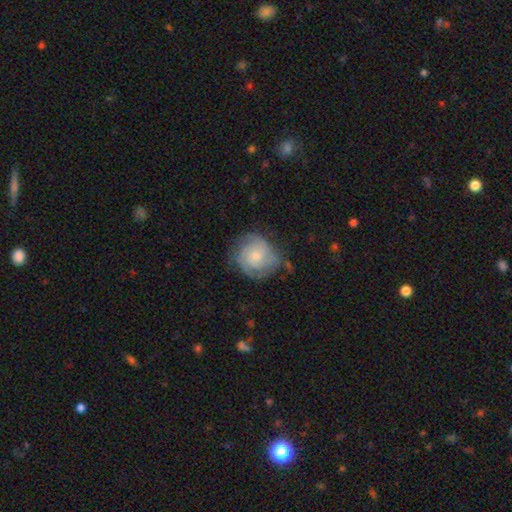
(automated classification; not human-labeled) Smooth or featured? Predicted: featured or disk (p=0.76). Edge-on disk? Predicted: no (p=0.98). Bar? Predicted: no (p=0.73). Spiral arms? Predicted: yes (p=0.94). Spiral winding? Predicted: tight (p=0.66). Spiral arm count? Predicted: 2 (p=0.31). Bulge size? Predicted: small (p=0.60). Merging? Predicted: none (p=0.68).